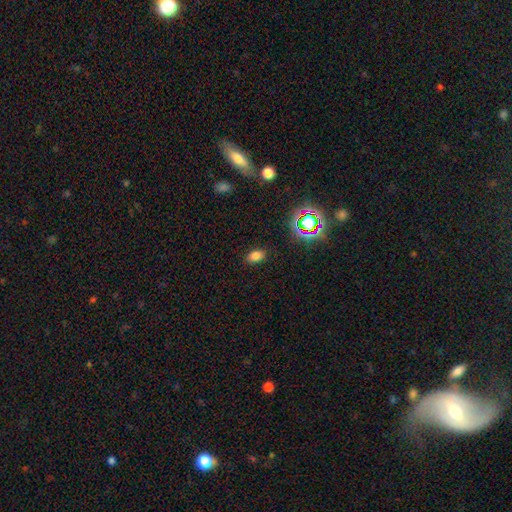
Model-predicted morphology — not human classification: smooth-or-featured: smooth: 77% | star or artifact: 17% | featured or disk: 6%
  how-rounded: in between: 87% | round: 11% | cigar-shaped: 2%
  merging: none: 87% | minor disturbance: 9% | major disturbance: 3% | merger: 1%